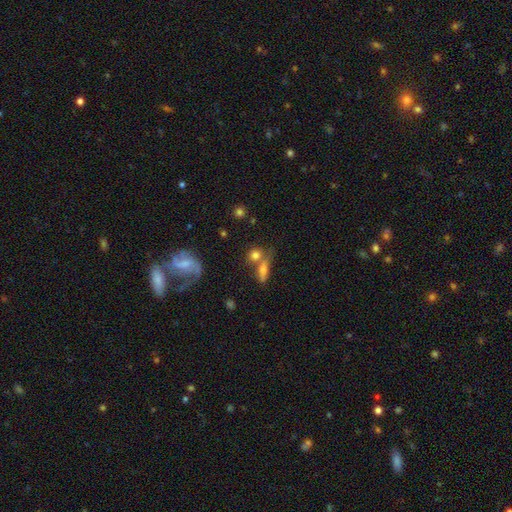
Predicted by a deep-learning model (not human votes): Smooth or featured?
  - smooth: 72% *
  - featured or disk: 16%
  - star or artifact: 12%
How rounded?
  - round: 62% *
  - in between: 31%
  - cigar-shaped: 7%
Merging?
  - none: 44% *
  - merger: 39%
  - minor disturbance: 11%
  - major disturbance: 6%